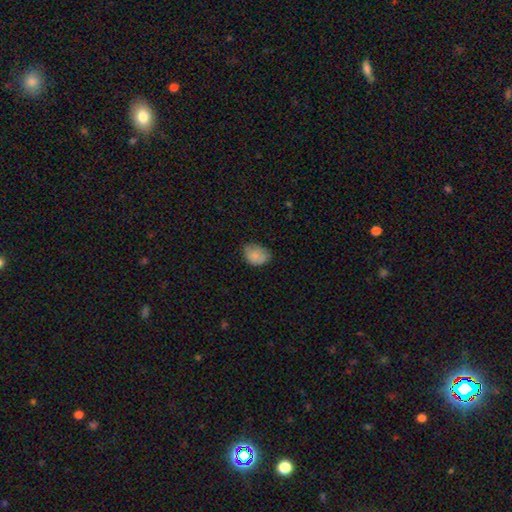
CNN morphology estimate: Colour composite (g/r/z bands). It shows a smooth galaxy with no disk features (84%) that is in between round and cigar-shaped (70%). Merging: none (61%).